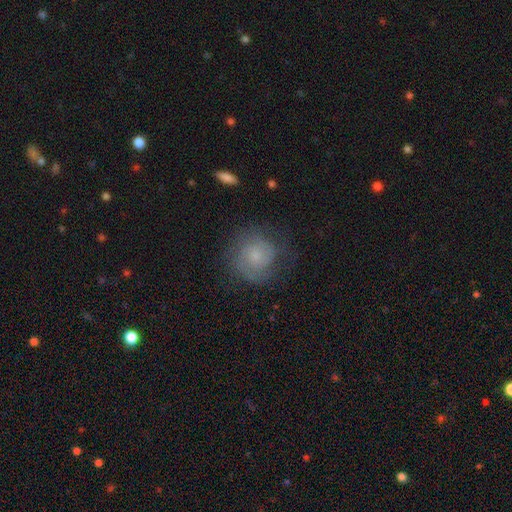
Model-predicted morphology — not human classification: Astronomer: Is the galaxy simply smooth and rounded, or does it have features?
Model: featured or disk — 50% (runner-up: smooth, 41%).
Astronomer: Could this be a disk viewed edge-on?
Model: no — 98%.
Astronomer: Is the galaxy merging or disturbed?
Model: none — 67%.